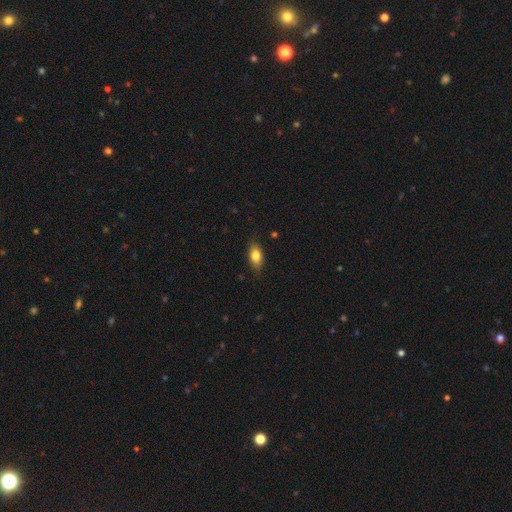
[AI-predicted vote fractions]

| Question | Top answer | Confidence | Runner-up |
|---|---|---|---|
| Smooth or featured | smooth | 80% | featured or disk (12%) |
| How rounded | in between | 85% | cigar-shaped (8%) |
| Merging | none | 81% | minor disturbance (15%) |